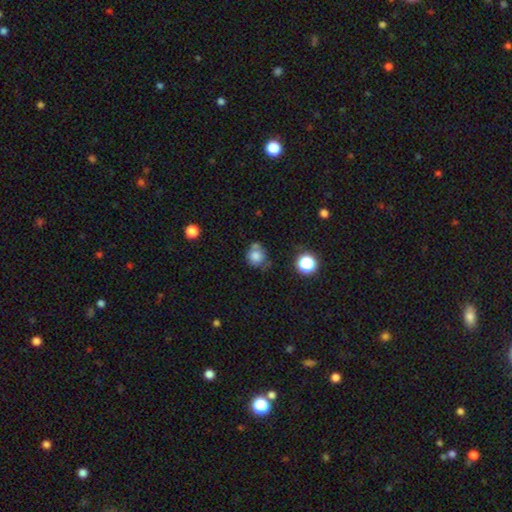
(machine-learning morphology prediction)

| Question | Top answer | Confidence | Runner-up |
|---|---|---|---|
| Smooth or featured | smooth | 77% | star or artifact (13%) |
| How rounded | round | 82% | in between (18%) |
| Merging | none | 55% | minor disturbance (21%) |